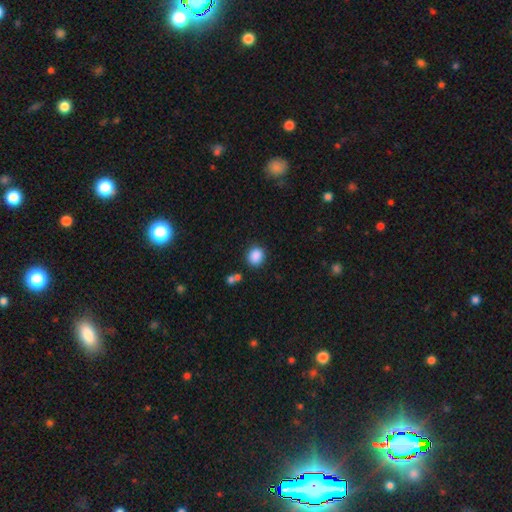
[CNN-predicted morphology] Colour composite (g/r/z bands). It shows a smooth galaxy with no disk features (87%) that is round (73%). Merging: none (82%).